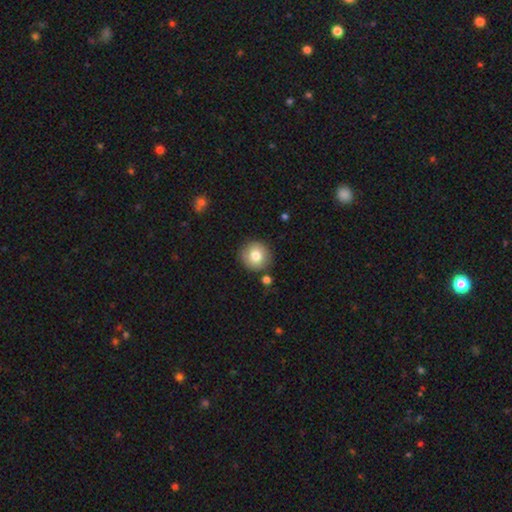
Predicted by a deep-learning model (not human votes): Smooth or featured? smooth (79%)
How rounded? round (93%)
Merging? none (85%)